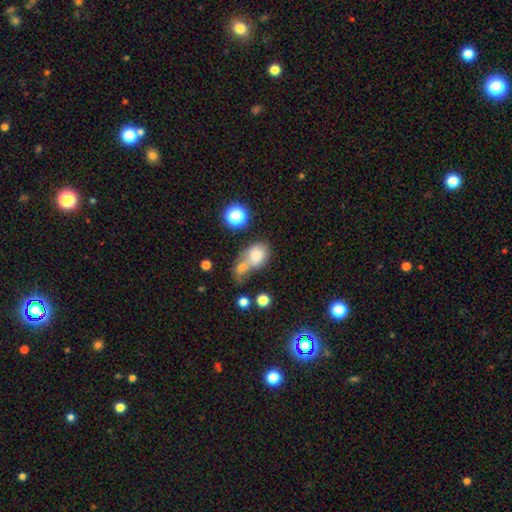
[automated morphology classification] This appears to be a smooth galaxy with no disk features (75%) that is in between round and cigar-shaped (53%). Merging: merger (58%).